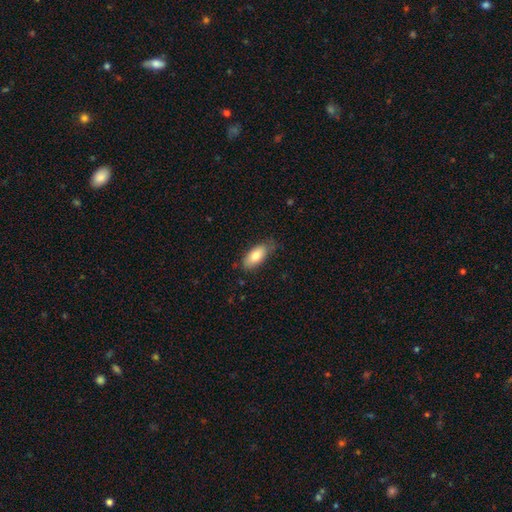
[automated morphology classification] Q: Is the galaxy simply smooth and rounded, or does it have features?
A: smooth — 80%.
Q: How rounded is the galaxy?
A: in between — 87%.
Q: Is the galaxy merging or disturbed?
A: none — 70%.